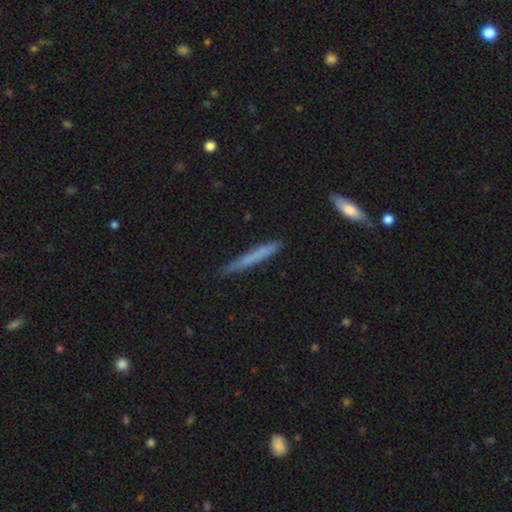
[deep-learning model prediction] A smooth galaxy with no disk features (67%) that is cigar-shaped (97%). Merging: none (85%).